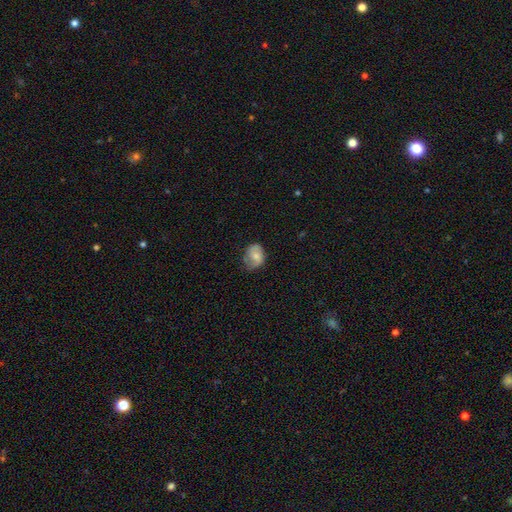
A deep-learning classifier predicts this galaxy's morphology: This appears to be a smooth galaxy with no disk features (57%) that is in between round and cigar-shaped (60%). Merging: none (53%).